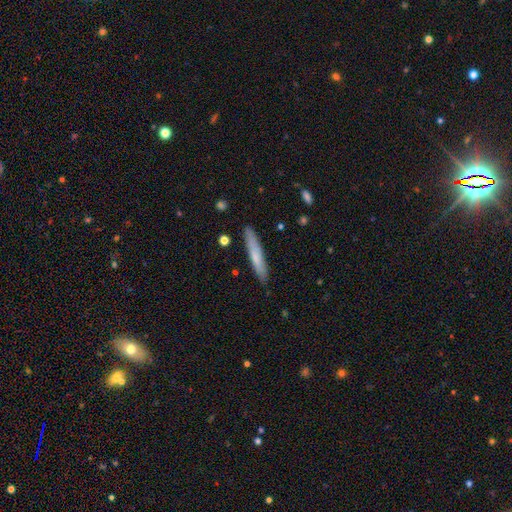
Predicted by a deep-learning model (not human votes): smooth-or-featured: smooth: 69% | featured or disk: 25% | star or artifact: 6%
  how-rounded: cigar-shaped: 93% | in between: 6% | round: 1%
  merging: none: 88% | minor disturbance: 9% | major disturbance: 2% | merger: 1%